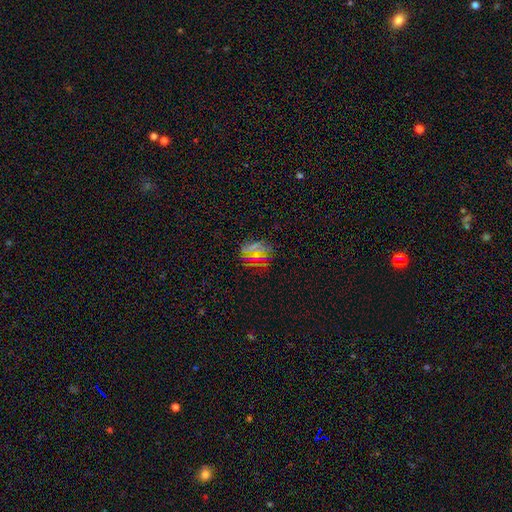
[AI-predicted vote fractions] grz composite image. It shows a smooth galaxy with no disk features (52%) that is round (71%). Merging: none (76%).